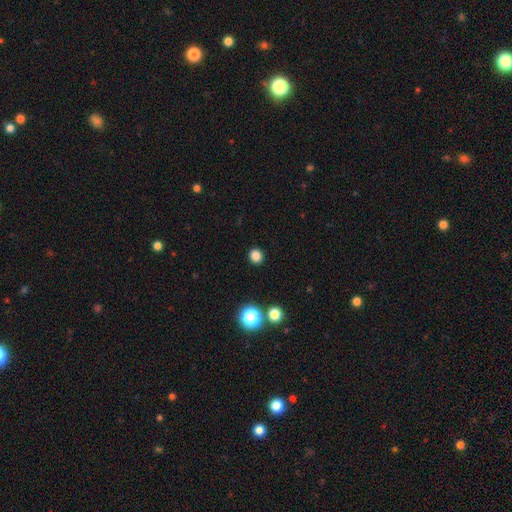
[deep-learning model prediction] smooth_or_featured: smooth (p=0.83) [alt: star or artifact p=0.14]
how_rounded: round (p=0.79) [alt: in between p=0.20]
merging: none (p=0.91) [alt: minor disturbance p=0.06]